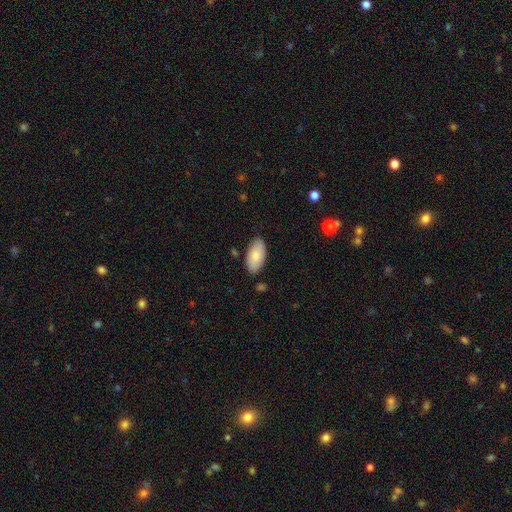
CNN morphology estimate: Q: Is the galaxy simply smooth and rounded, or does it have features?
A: smooth — 81%.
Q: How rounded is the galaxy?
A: in between — 95%.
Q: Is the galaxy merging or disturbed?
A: none — 83%.